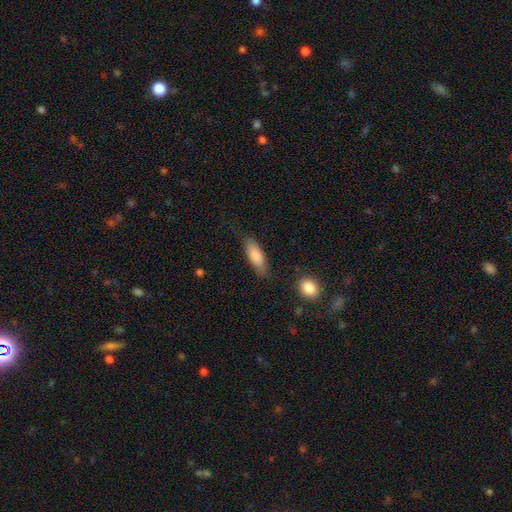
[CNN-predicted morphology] A smooth galaxy with no disk features (82%) that is in between round and cigar-shaped (58%). Merging: none (76%).